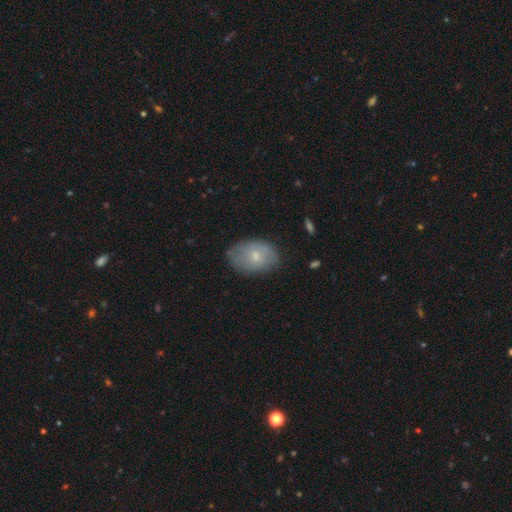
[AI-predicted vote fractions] Smooth or featured? smooth (62%)
How rounded? in between (85%)
Merging? none (72%)